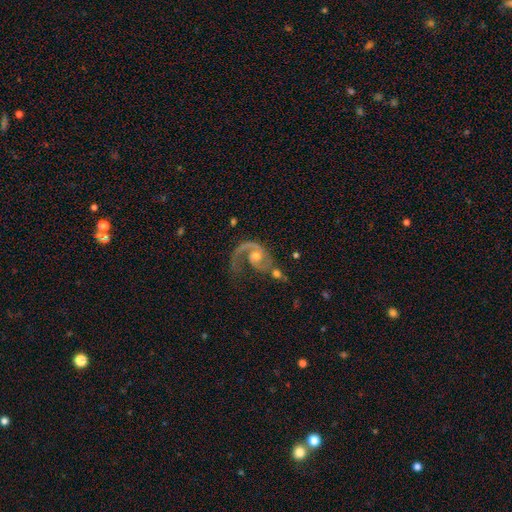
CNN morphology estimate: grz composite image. It shows a featured or disk galaxy (89%) with no bar (67%), 2 (49%) medium (48%) spiral arms (96%) and a moderate central bulge (60%). Merging: none (45%).